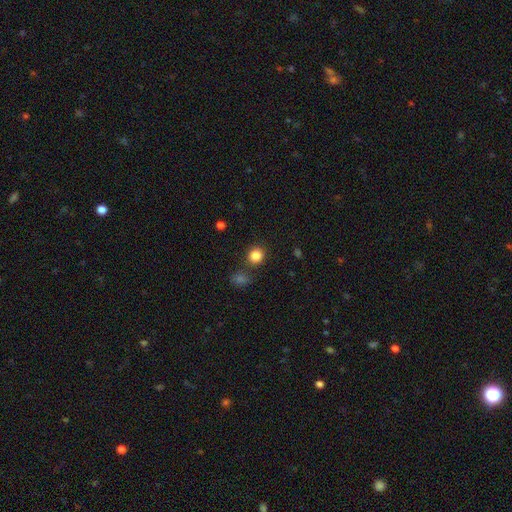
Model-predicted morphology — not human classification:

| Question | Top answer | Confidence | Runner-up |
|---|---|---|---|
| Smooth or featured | smooth | 85% | star or artifact (11%) |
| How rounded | round | 87% | in between (12%) |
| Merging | none | 81% | minor disturbance (8%) |